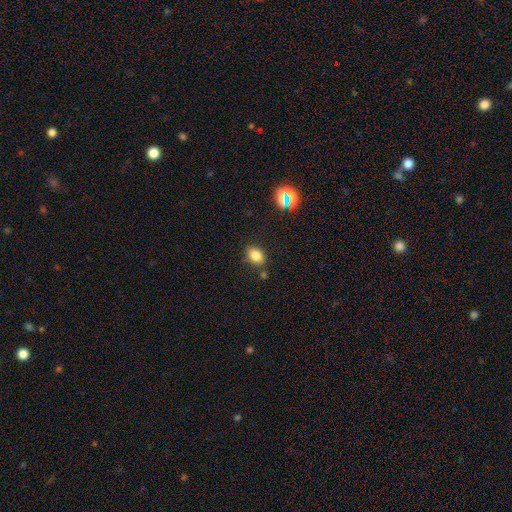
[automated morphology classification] smooth 80%, star or artifact 13%, featured or disk 7%. Down the decision tree: how rounded — in between (74%); merging — none (78%).